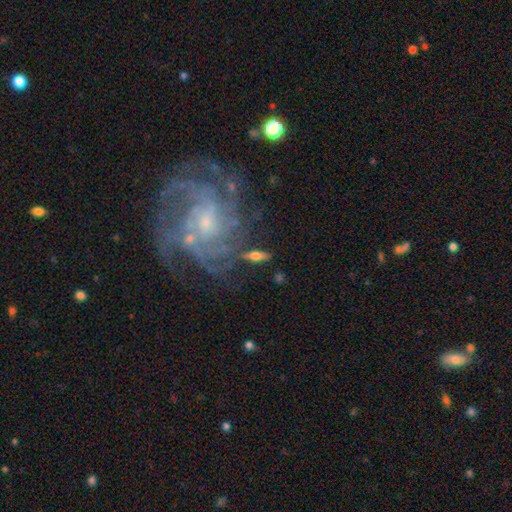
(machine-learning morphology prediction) A featured or disk galaxy (48%).

Vote fractions:
- Smooth or featured? featured or disk: 48% / smooth: 44% / star or artifact: 8%
- Merging? none: 73% / minor disturbance: 14% / merger: 7% / major disturbance: 6%